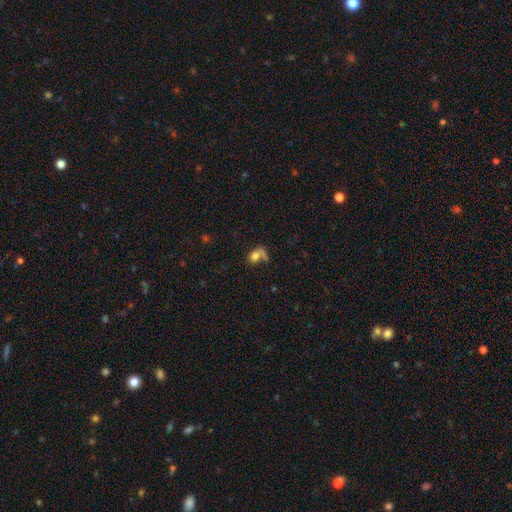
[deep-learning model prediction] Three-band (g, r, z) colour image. It shows a smooth galaxy with no disk features (70%) that is in between round and cigar-shaped (65%). Merging: none (33%).